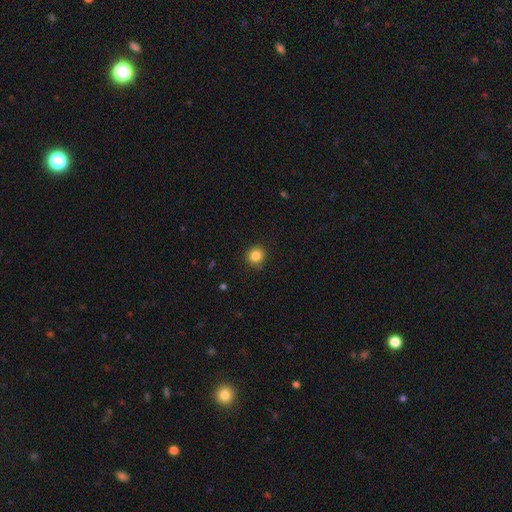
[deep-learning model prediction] Smooth or featured?
  - smooth: 84% *
  - star or artifact: 11%
  - featured or disk: 5%
How rounded?
  - round: 91% *
  - in between: 8%
  - cigar-shaped: 1%
Merging?
  - none: 89% *
  - minor disturbance: 8%
  - major disturbance: 2%
  - merger: 1%